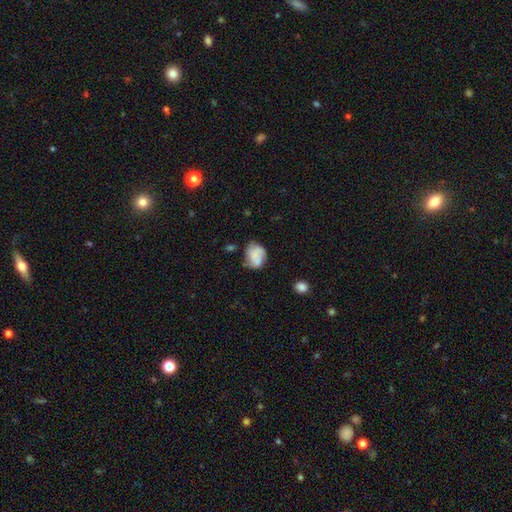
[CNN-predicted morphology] Q: Smooth or featured?
A: smooth (64%); runner-up: featured or disk (27%)
Q: How rounded?
A: in between (56%); runner-up: round (43%)
Q: Merging?
A: none (53%); runner-up: minor disturbance (29%)